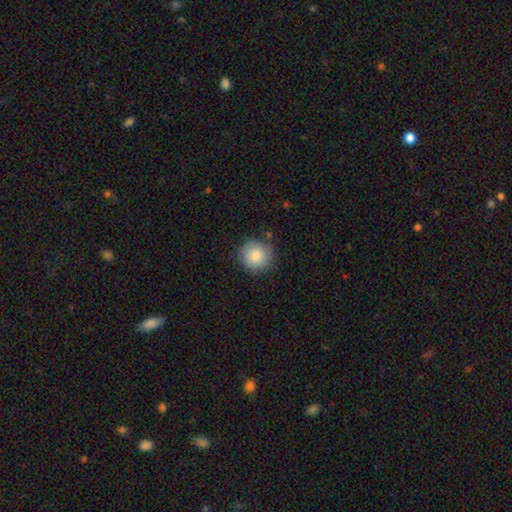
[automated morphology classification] smooth_or_featured: smooth (p=0.84) [alt: star or artifact p=0.09]
how_rounded: round (p=0.93) [alt: in between p=0.06]
merging: none (p=0.85) [alt: minor disturbance p=0.11]